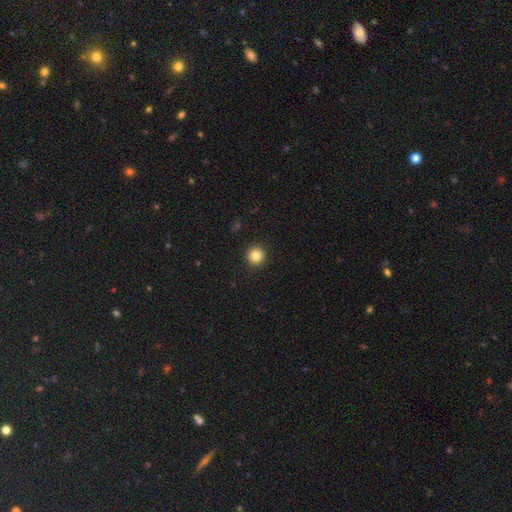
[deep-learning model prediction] smooth_or_featured: smooth (p=0.83) [alt: star or artifact p=0.11]
how_rounded: round (p=0.95) [alt: in between p=0.04]
merging: none (p=0.93) [alt: minor disturbance p=0.04]